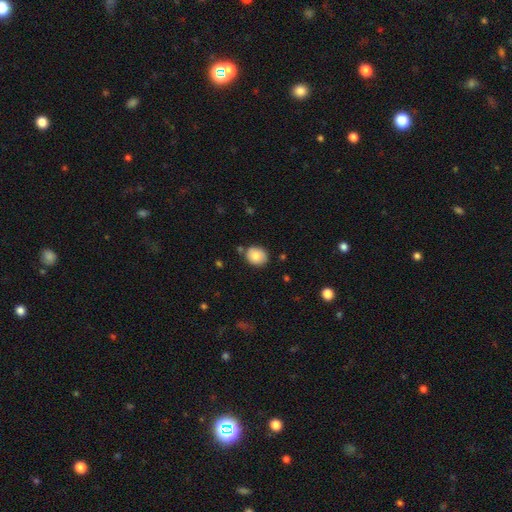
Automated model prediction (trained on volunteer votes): This appears to be a smooth galaxy with no disk features (82%) that is round (59%). Merging: none (76%).